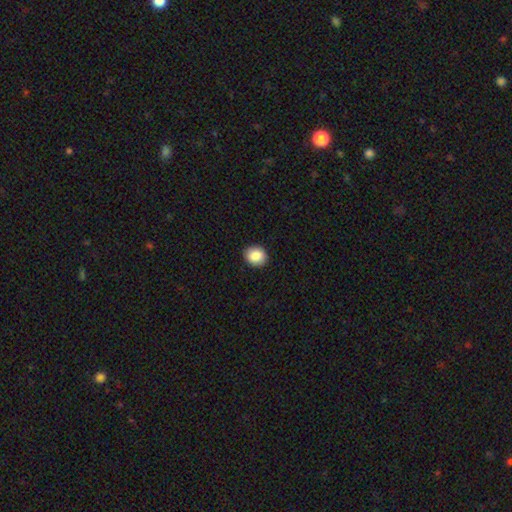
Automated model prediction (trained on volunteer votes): Q: Smooth or featured?
A: smooth (87%); runner-up: star or artifact (8%)
Q: How rounded?
A: round (67%); runner-up: in between (32%)
Q: Merging?
A: none (91%); runner-up: minor disturbance (6%)